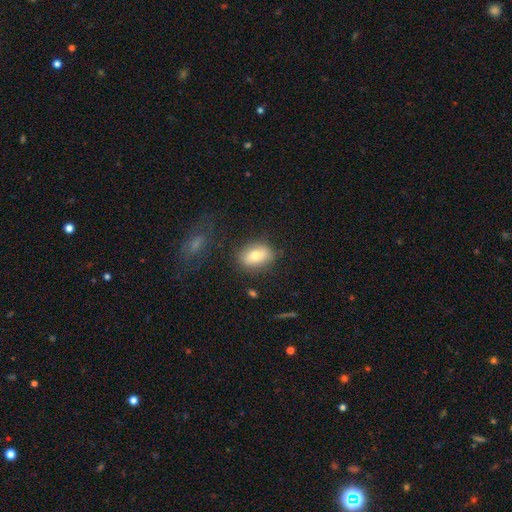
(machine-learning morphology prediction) Smooth or featured? smooth (73%)
How rounded? in between (78%)
Merging? none (79%)